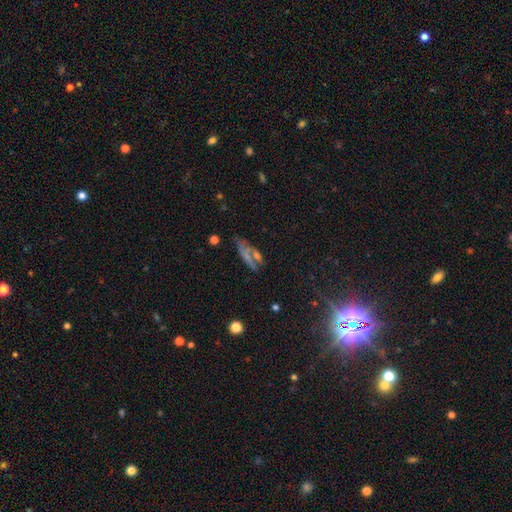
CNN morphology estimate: Overall: smooth (40%; featured or disk 33%). Merging: none (50%; minor disturbance 19%).